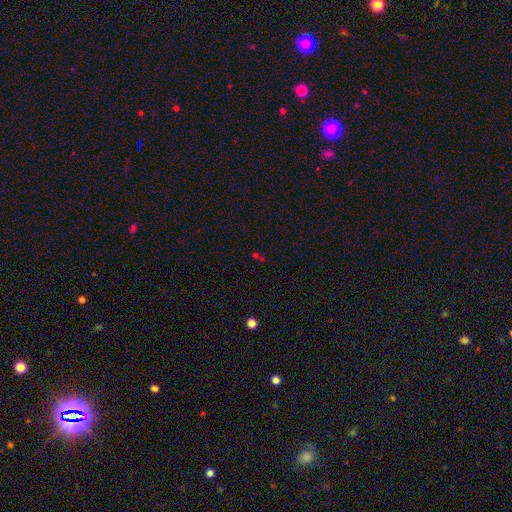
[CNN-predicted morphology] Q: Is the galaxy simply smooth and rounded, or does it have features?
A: star or artifact — 52%.